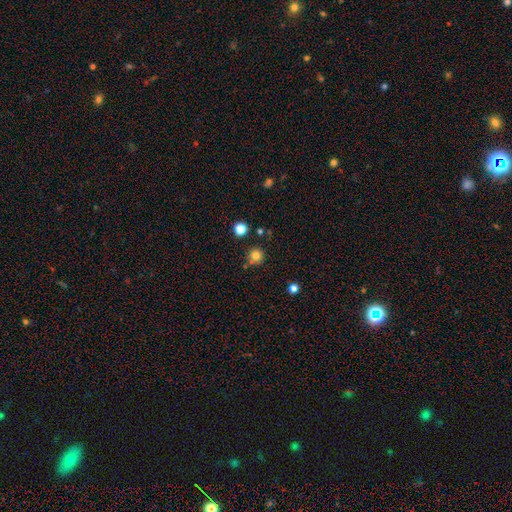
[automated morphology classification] The model was most divided on "smooth or featured": smooth: 79%, star or artifact: 14%, featured or disk: 7%. More confident: how rounded — round (94%); merging — none (78%).